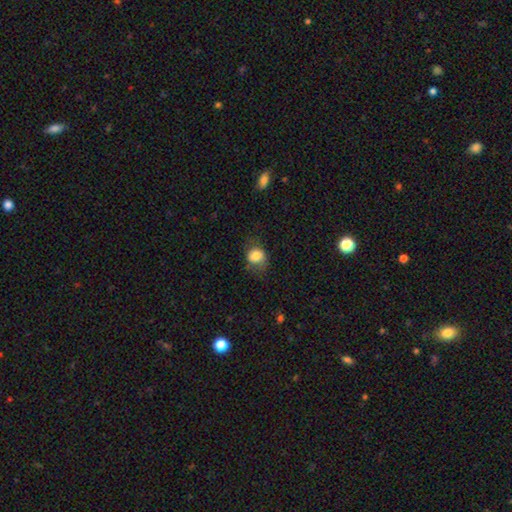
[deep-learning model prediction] This appears to be a smooth galaxy with no disk features (80%) that is round (59%). Merging: none (56%).